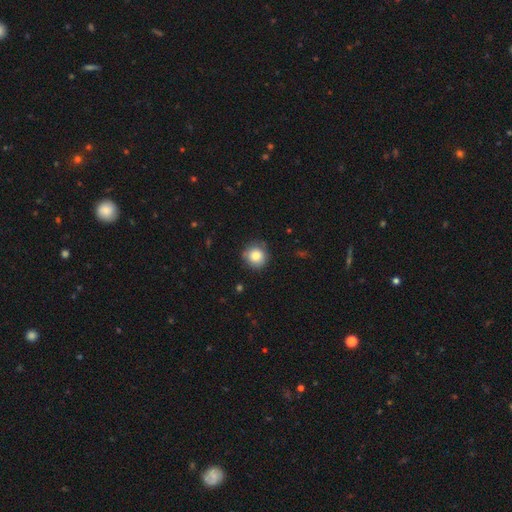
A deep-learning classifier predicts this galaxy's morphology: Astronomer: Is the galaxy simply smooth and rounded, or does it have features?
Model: smooth — 83%.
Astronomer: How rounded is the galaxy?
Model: round — 93%.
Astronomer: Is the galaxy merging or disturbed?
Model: none — 83%.